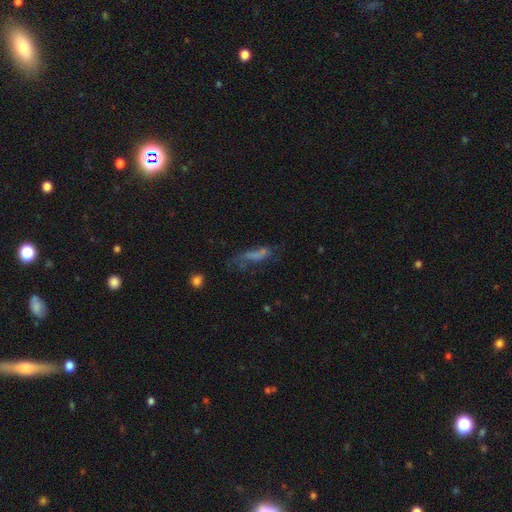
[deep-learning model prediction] Smooth or featured?
  - smooth: 50% *
  - featured or disk: 33%
  - star or artifact: 17%
How rounded?
  - cigar-shaped: 57% *
  - in between: 40%
  - round: 4%
Merging?
  - none: 39% *
  - major disturbance: 30%
  - minor disturbance: 25%
  - merger: 6%